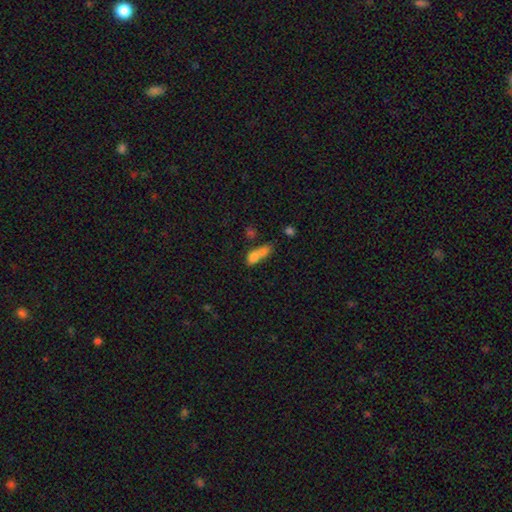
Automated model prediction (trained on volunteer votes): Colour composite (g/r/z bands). It shows a smooth galaxy with no disk features (71%) that is in between round and cigar-shaped (62%). Merging: merger (63%).